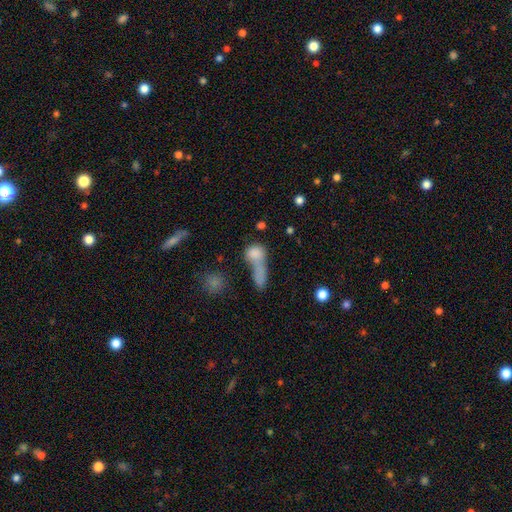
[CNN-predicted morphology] Overall: smooth (76%). How rounded: round (46%; in between 42%). Merging: merger (56%; none 24%).